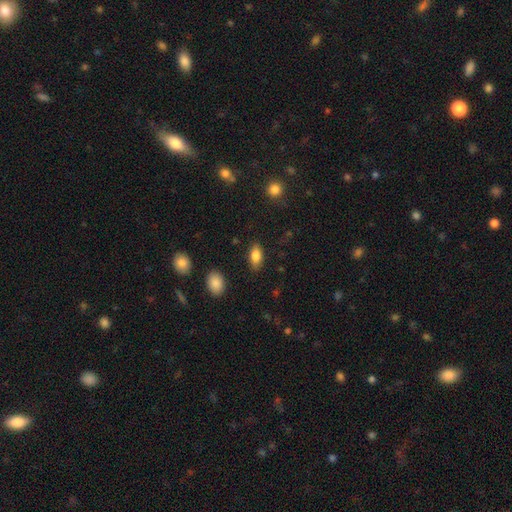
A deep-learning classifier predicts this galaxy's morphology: Smooth or featured: smooth — 83% (featured or disk — 9%)
How rounded: in between — 90% (cigar-shaped — 5%)
Merging: none — 85% (minor disturbance — 11%)